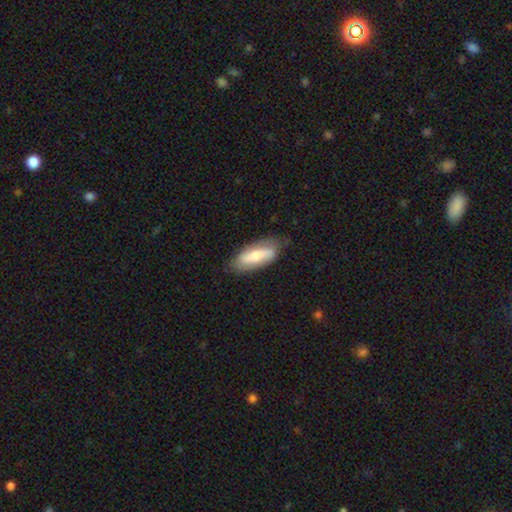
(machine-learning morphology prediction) Overall: smooth (53%; featured or disk 41%). How rounded: in between (71%). Merging: none (71%).